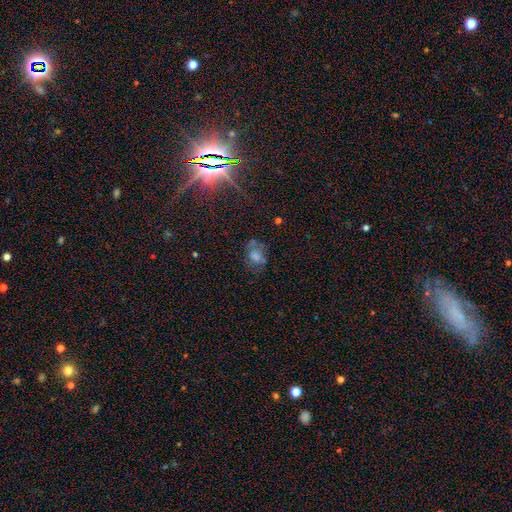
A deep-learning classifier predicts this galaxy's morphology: A smooth galaxy with no disk features (56%) that is in between round and cigar-shaped (63%).

Vote fractions:
- Smooth or featured? smooth: 56% / featured or disk: 25% / star or artifact: 18%
- How rounded? in between: 63% / round: 36% / cigar-shaped: 1%
- Merging? none: 51% / minor disturbance: 25% / major disturbance: 18% / merger: 6%